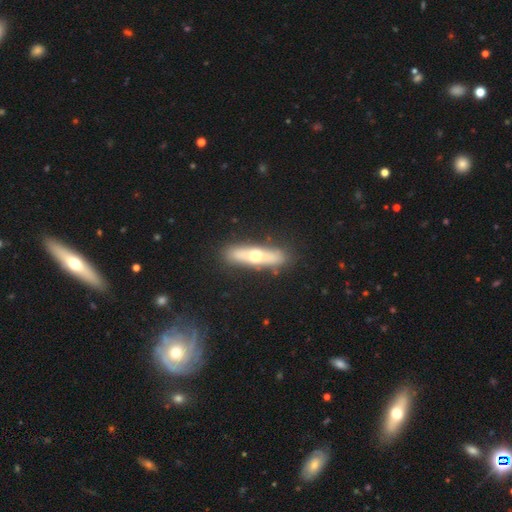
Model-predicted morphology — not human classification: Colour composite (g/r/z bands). It shows a featured or disk galaxy (49%). Merging: none (85%).